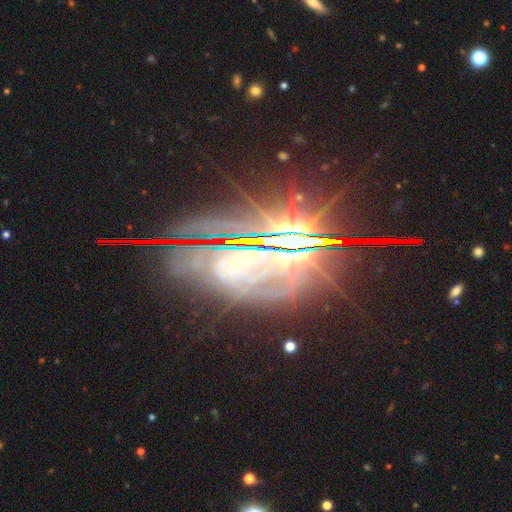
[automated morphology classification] Q: Smooth or featured?
A: featured or disk (47%); runner-up: star or artifact (44%)
Q: Merging?
A: none (66%); runner-up: minor disturbance (15%)